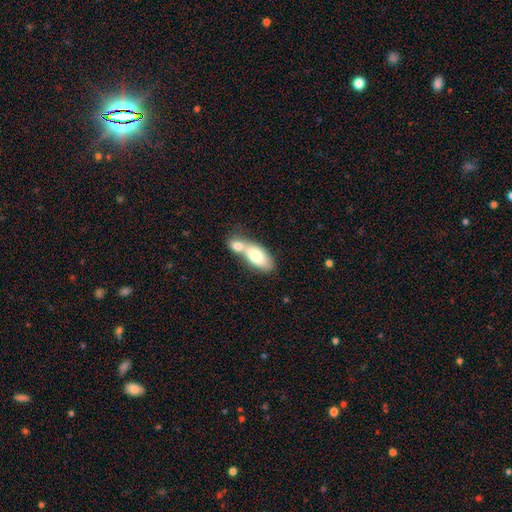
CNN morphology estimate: This appears to be a smooth galaxy with no disk features (73%) that is in between round and cigar-shaped (85%). Merging: merger (66%).